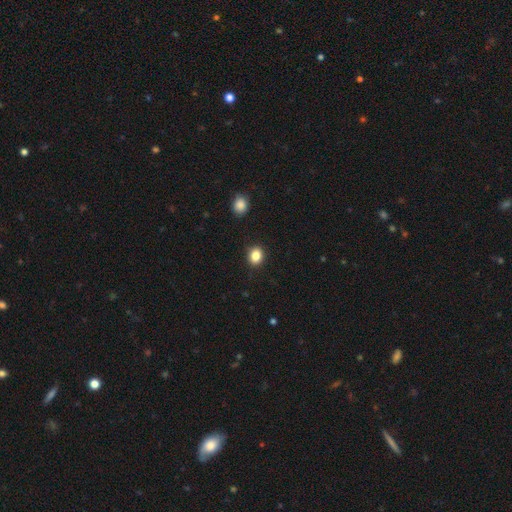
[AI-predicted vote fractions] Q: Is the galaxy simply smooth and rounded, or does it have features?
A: smooth — 85%.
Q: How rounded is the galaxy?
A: round — 64%.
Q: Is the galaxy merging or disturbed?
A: none — 89%.